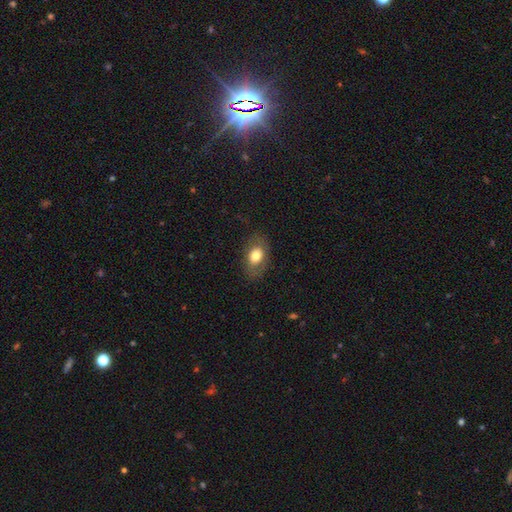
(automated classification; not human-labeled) This is likely a smooth galaxy (72%). How rounded: clearly in between (82%). Merging: likely none (76%).